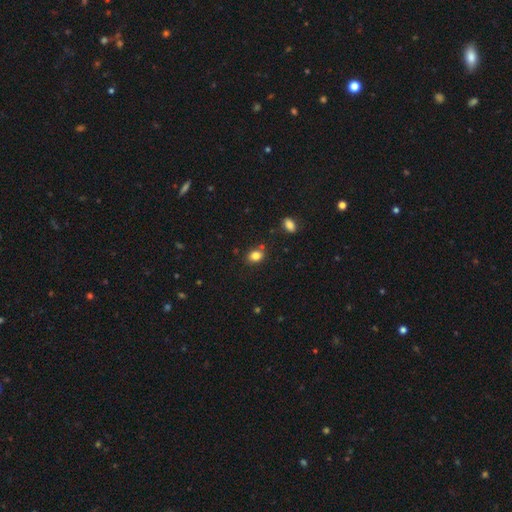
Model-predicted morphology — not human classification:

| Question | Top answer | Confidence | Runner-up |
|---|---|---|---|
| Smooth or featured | smooth | 83% | star or artifact (11%) |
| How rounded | in between | 59% | round (40%) |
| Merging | none | 77% | minor disturbance (14%) |